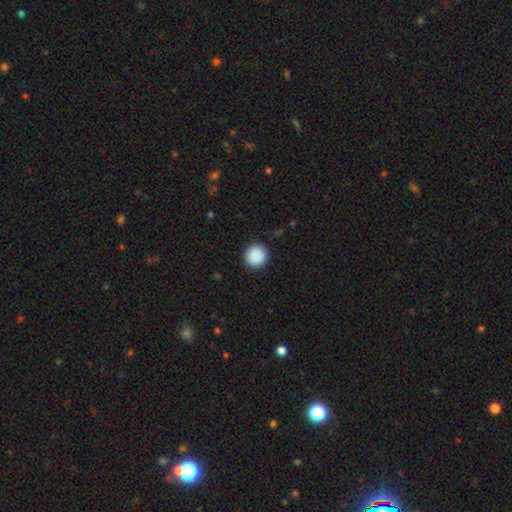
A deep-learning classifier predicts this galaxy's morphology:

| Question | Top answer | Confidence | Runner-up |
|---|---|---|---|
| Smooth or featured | smooth | 90% | star or artifact (8%) |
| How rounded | round | 94% | in between (5%) |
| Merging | none | 91% | minor disturbance (6%) |